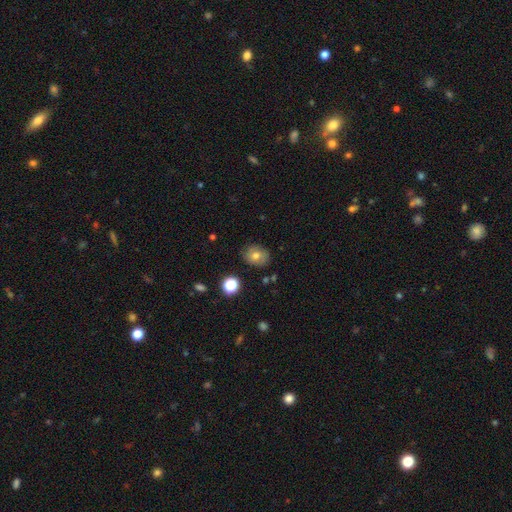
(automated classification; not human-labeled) The model was most divided on "how rounded": round: 64%, in between: 35%, cigar-shaped: 1%. More confident: merging — none (82%); smooth or featured — smooth (72%).